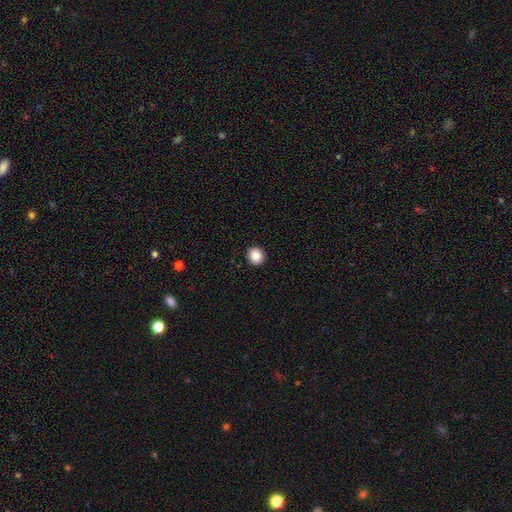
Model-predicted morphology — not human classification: This appears to be a smooth galaxy with no disk features (88%) that is round (89%). Merging: none (93%).